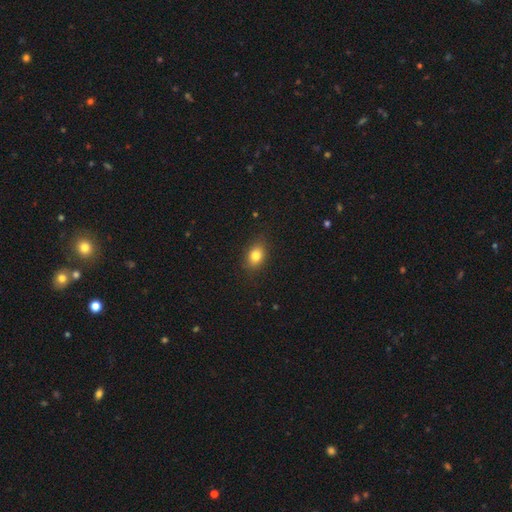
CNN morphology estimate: type=smooth (82%); roundness=in between (73%); merging=none (85%).